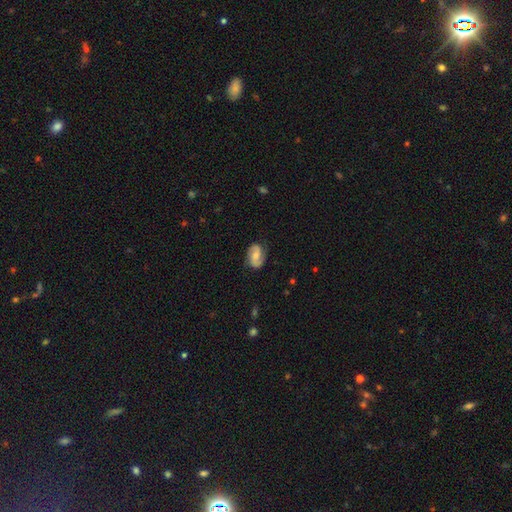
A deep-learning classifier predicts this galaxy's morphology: Overall: featured or disk (73%). Edge-on disk: no (97%). Bar: no (49%; weak 40%). Spiral arms: yes (95%). Spiral arm count: 2 (89%). Spiral winding: medium (46%; tight 30%). Bulge size: moderate (50%; small 32%). Merging: none (78%).